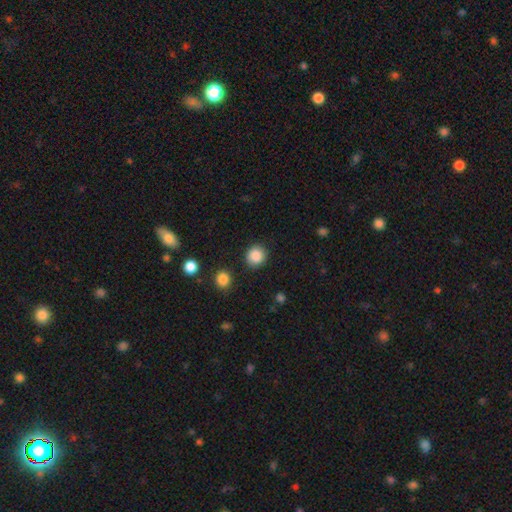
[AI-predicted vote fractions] smooth 88%, star or artifact 9%, featured or disk 3%. Down the decision tree: how rounded — round (88%); merging — none (88%).